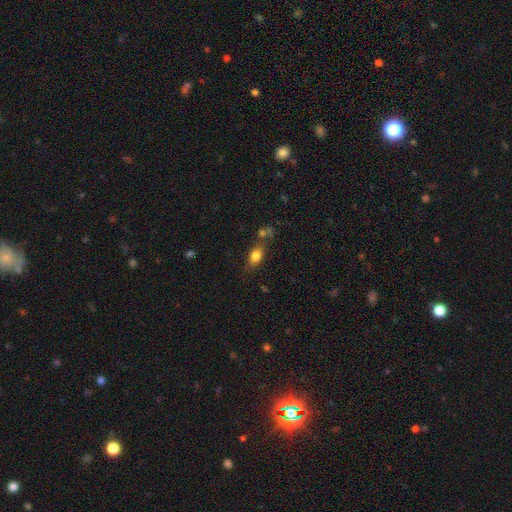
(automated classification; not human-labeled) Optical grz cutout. It shows a smooth galaxy with no disk features (79%) that is in between round and cigar-shaped (78%). Merging: none (62%).